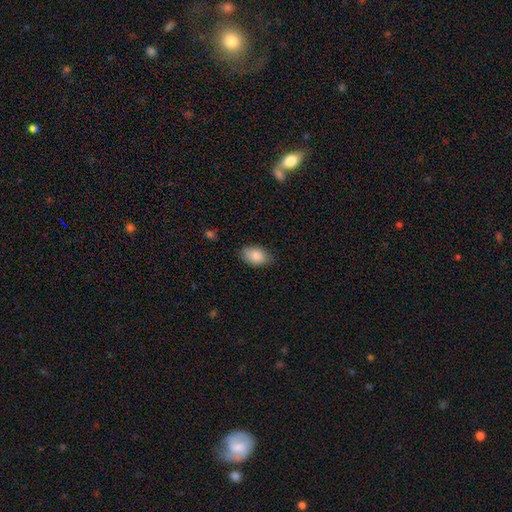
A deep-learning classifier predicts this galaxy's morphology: A smooth galaxy with no disk features (86%) that is in between round and cigar-shaped (91%). Merging: none (82%).